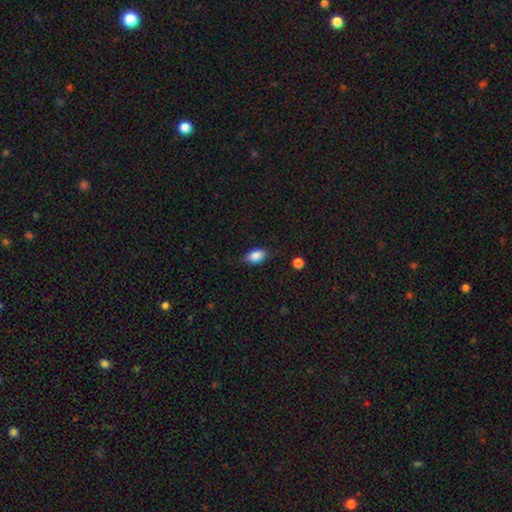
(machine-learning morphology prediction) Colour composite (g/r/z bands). It shows a smooth galaxy with no disk features (87%) that is in between round and cigar-shaped (90%). Merging: none (79%).